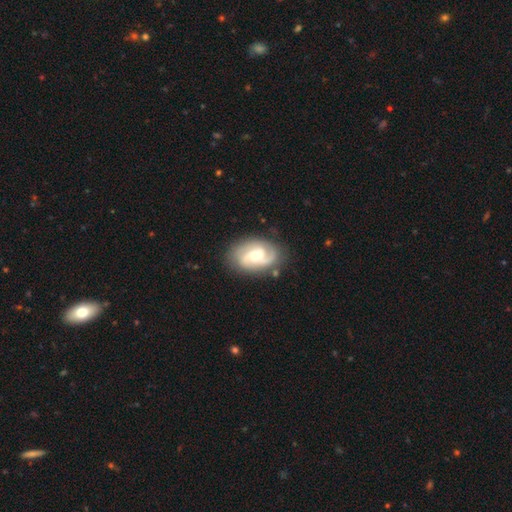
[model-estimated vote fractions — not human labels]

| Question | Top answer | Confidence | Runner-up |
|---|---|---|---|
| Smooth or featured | featured or disk | 79% | smooth (15%) |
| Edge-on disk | no | 97% | yes (3%) |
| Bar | no | 50% | weak (41%) |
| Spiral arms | yes | 96% | no (4%) |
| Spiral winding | medium | 48% | tight (32%) |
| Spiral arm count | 2 | 49% | 3 (30%) |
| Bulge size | moderate | 52% | small (30%) |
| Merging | none | 75% | minor disturbance (16%) |